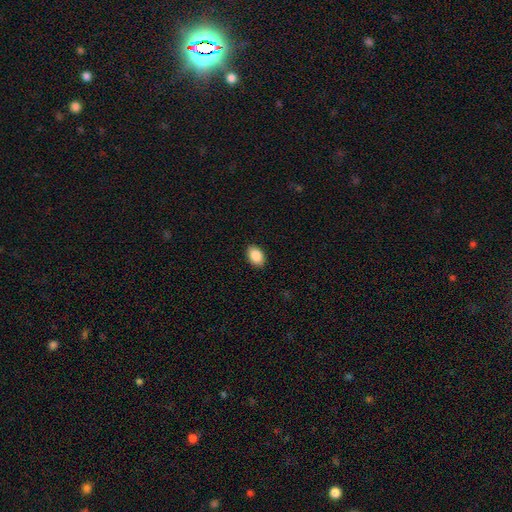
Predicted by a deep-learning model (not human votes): Overall: smooth (88%). How rounded: in between (88%). Merging: none (90%).